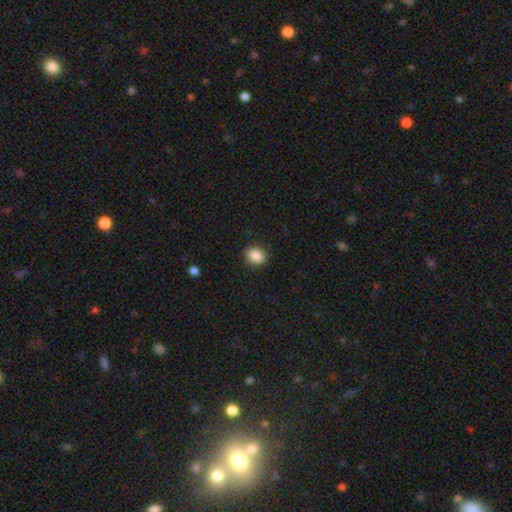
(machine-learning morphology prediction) The model was most divided on "how rounded": round: 55%, in between: 44%, cigar-shaped: 1%. More confident: merging — none (89%); smooth or featured — smooth (88%).